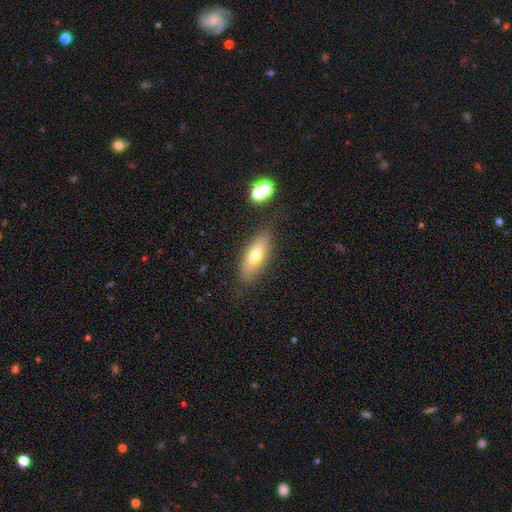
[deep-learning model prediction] Smooth or featured: smooth — 65% (featured or disk — 27%)
How rounded: in between — 61% (cigar-shaped — 35%)
Merging: none — 83% (minor disturbance — 11%)